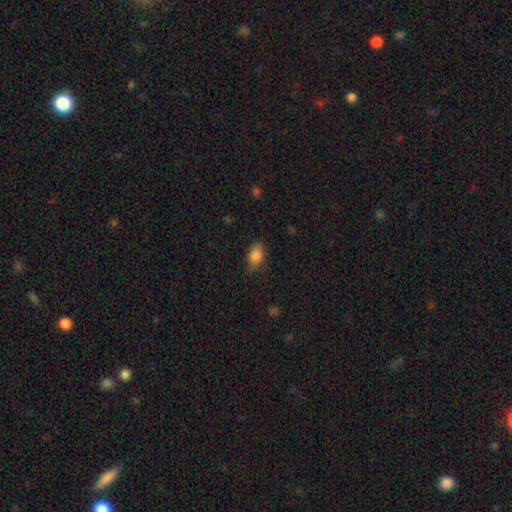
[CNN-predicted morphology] smooth 85%, star or artifact 9%, featured or disk 6%. Down the decision tree: how rounded — in between (87%); merging — none (74%).